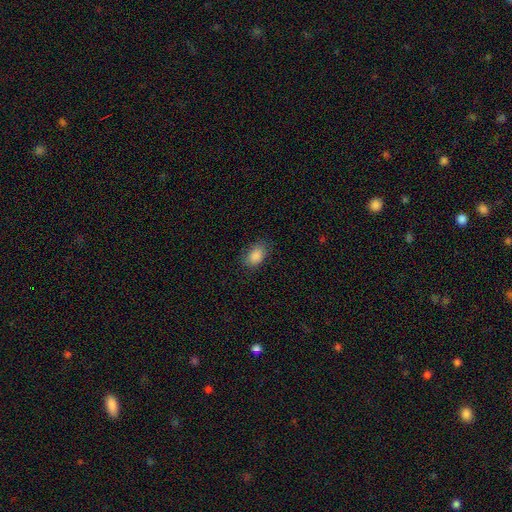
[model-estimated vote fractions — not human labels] smooth-or-featured: smooth: 88% | star or artifact: 8% | featured or disk: 4%
  how-rounded: in between: 84% | round: 15% | cigar-shaped: 1%
  merging: none: 78% | minor disturbance: 17% | major disturbance: 5% | merger: 1%